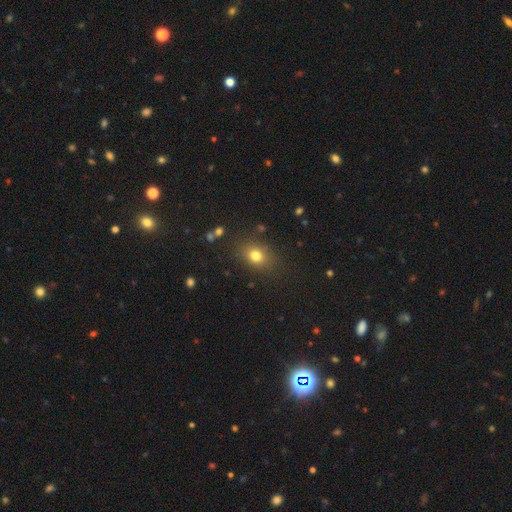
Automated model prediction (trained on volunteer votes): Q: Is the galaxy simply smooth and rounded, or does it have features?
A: smooth — 78%.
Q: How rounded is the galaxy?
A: in between — 50%.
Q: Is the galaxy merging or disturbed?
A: none — 82%.